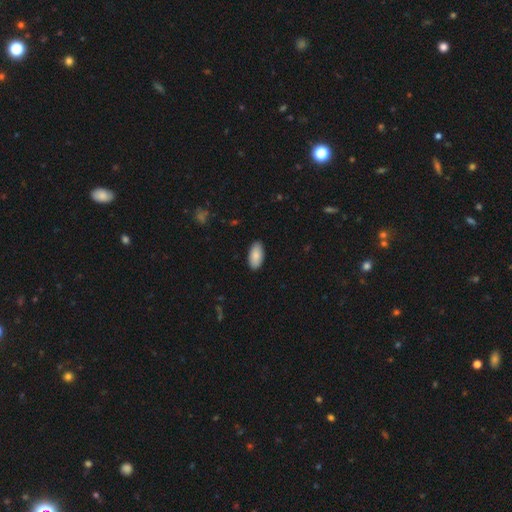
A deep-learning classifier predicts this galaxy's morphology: Smooth or featured? Predicted: smooth (p=0.88). How rounded? Predicted: in between (p=0.94). Merging? Predicted: none (p=0.90).